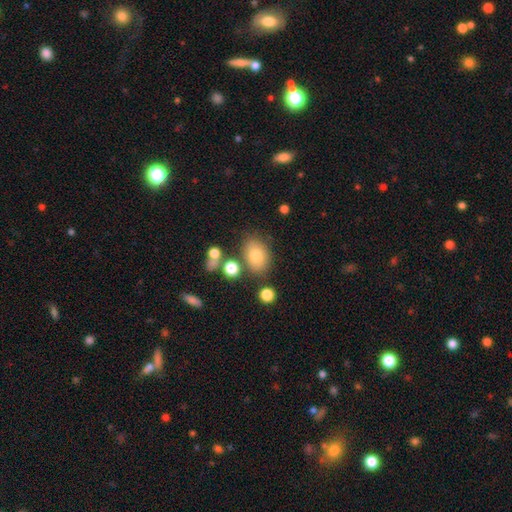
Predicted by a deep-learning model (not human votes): smooth-or-featured: smooth: 77% | featured or disk: 13% | star or artifact: 10%
  how-rounded: in between: 78% | round: 21% | cigar-shaped: 1%
  merging: none: 73% | minor disturbance: 14% | merger: 8% | major disturbance: 5%